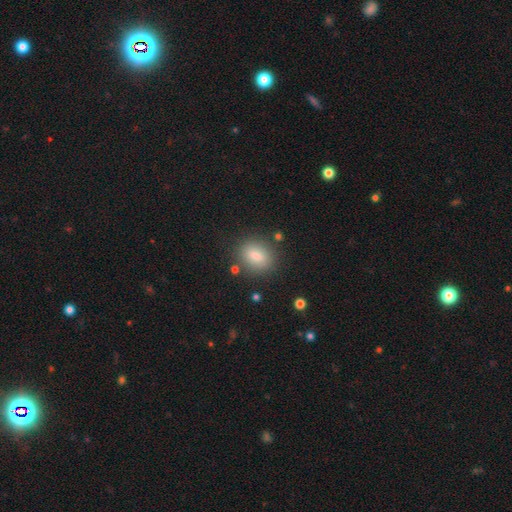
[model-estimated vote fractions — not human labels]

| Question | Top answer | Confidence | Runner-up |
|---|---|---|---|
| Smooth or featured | smooth | 80% | star or artifact (11%) |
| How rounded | in between | 57% | round (41%) |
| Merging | none | 84% | minor disturbance (10%) |